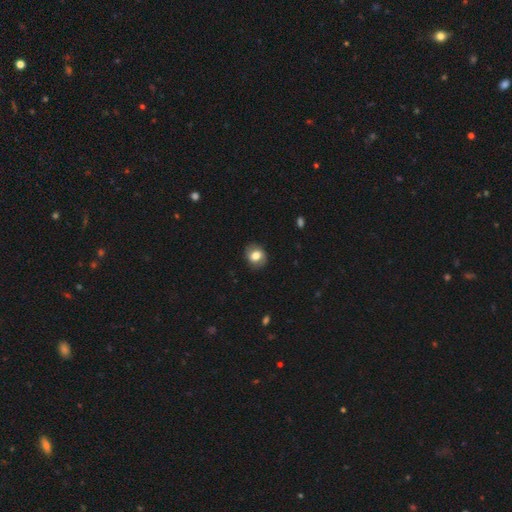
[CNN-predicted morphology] Smooth or featured? smooth (70%)
How rounded? round (64%)
Merging? none (82%)